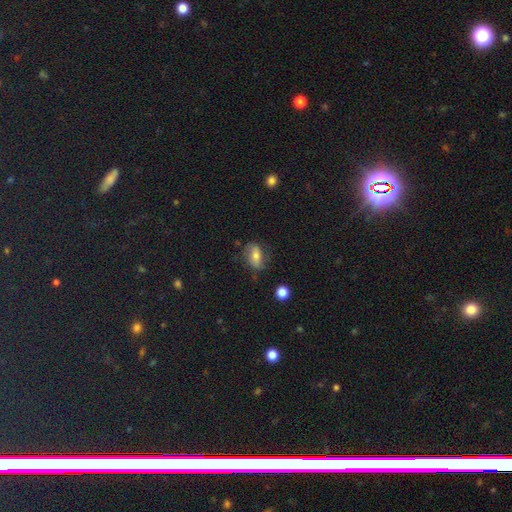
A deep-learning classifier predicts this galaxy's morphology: Smooth or featured?
  - smooth: 60% *
  - featured or disk: 30%
  - star or artifact: 10%
How rounded?
  - in between: 82% *
  - round: 12%
  - cigar-shaped: 7%
Merging?
  - none: 66% *
  - minor disturbance: 22%
  - major disturbance: 9%
  - merger: 2%